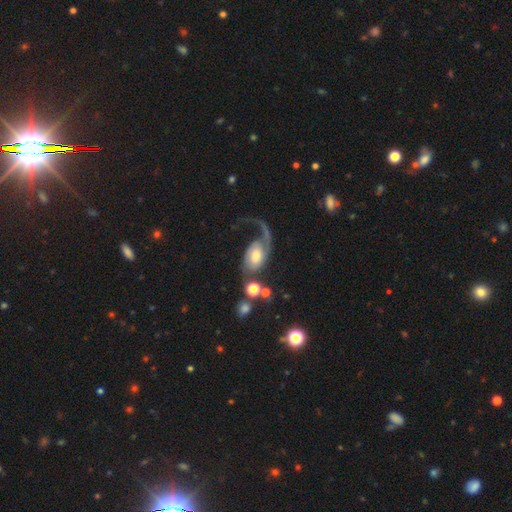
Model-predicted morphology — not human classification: A featured or disk galaxy (73%) with no bar (60%), 1 (55%) loose (69%) spiral arms (91%) and a moderate central bulge (46%). Merging: major disturbance (42%).